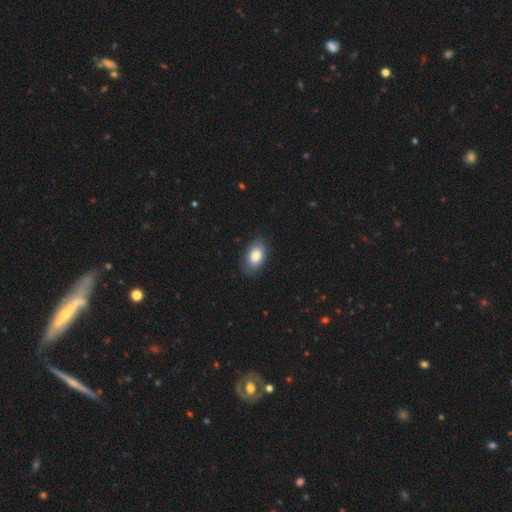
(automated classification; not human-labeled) This is clearly a smooth galaxy (80%). How rounded: clearly in between (91%). Merging: clearly none (81%).